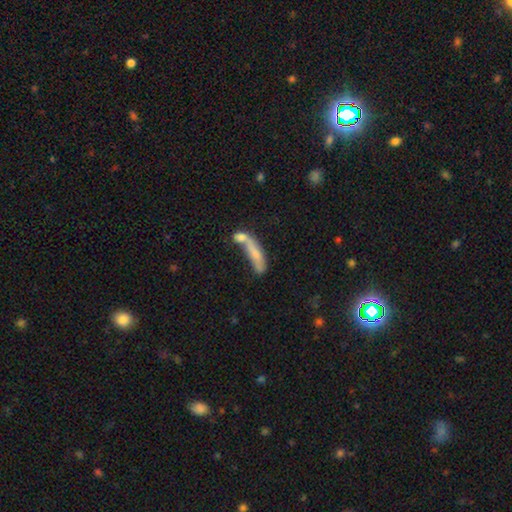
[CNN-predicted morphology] Smooth or featured: smooth — 67% (featured or disk — 25%)
How rounded: cigar-shaped — 62% (in between — 35%)
Merging: merger — 56% (none — 23%)